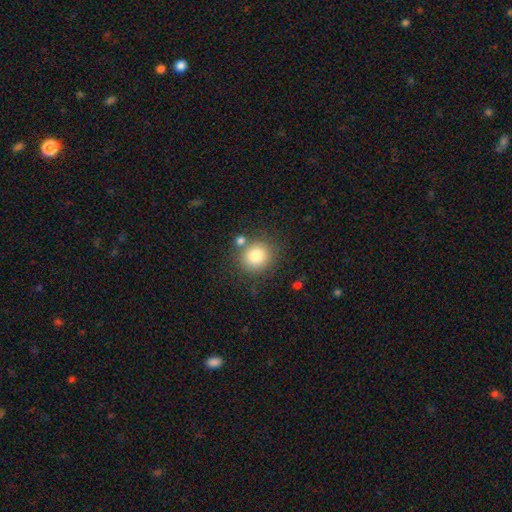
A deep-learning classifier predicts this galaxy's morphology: smooth 81%, star or artifact 11%, featured or disk 9%. Down the decision tree: how rounded — round (86%); merging — none (74%).